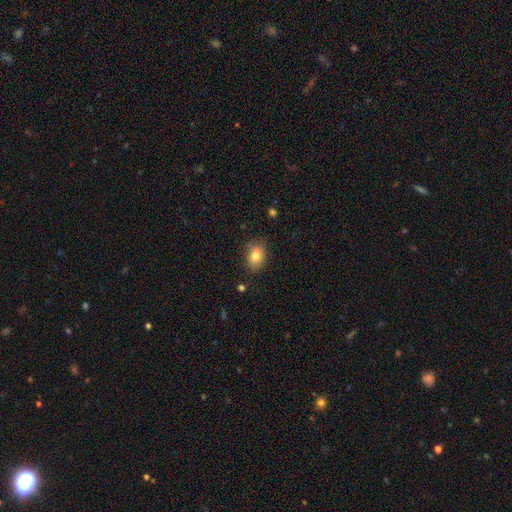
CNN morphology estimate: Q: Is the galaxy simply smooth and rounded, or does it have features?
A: smooth — 80%.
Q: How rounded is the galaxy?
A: in between — 77%.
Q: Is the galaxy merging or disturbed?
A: none — 78%.